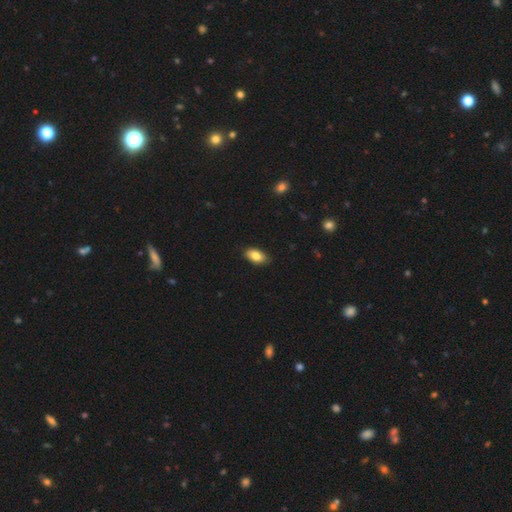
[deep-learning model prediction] A smooth galaxy with no disk features (84%) that is in between round and cigar-shaped (92%).

Vote fractions:
- Smooth or featured? smooth: 84% / featured or disk: 9% / star or artifact: 7%
- How rounded? in between: 92% / round: 5% / cigar-shaped: 3%
- Merging? none: 86% / minor disturbance: 11% / major disturbance: 2% / merger: 1%